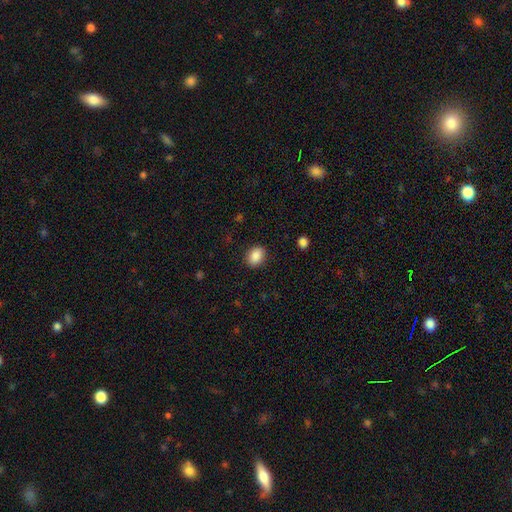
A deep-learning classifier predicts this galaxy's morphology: This is clearly a smooth galaxy (88%). How rounded: likely in between (65%). Merging: clearly none (88%).